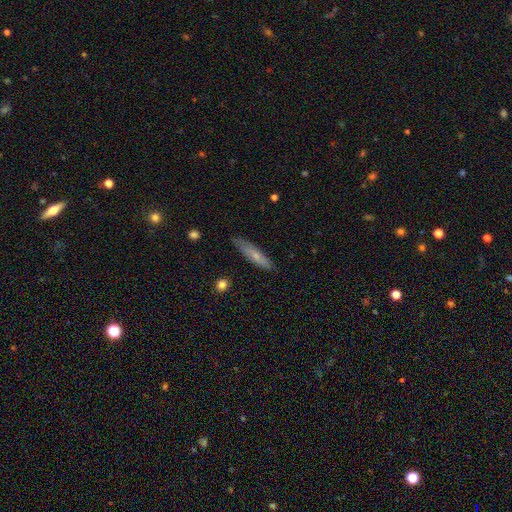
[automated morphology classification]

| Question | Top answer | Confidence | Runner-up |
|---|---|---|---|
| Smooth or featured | smooth | 61% | featured or disk (32%) |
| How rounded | cigar-shaped | 83% | in between (16%) |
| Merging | none | 82% | minor disturbance (15%) |